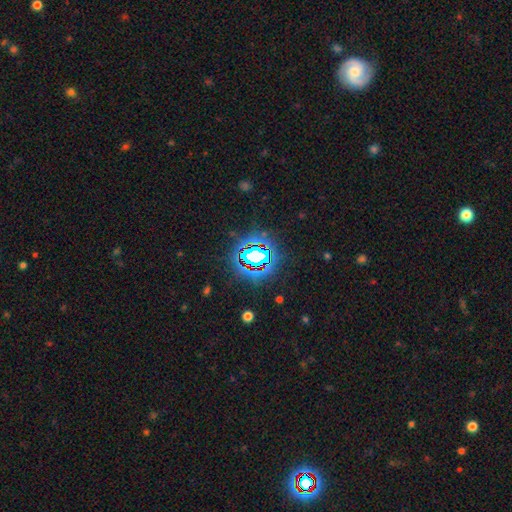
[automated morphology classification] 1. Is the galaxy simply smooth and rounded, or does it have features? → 74% star or artifact, 14% smooth, 12% featured or disk.